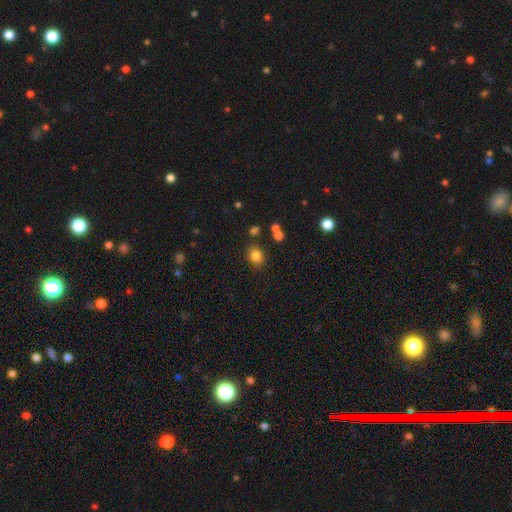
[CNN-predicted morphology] This appears to be a smooth galaxy with no disk features (81%) that is round (59%). Merging: none (80%).